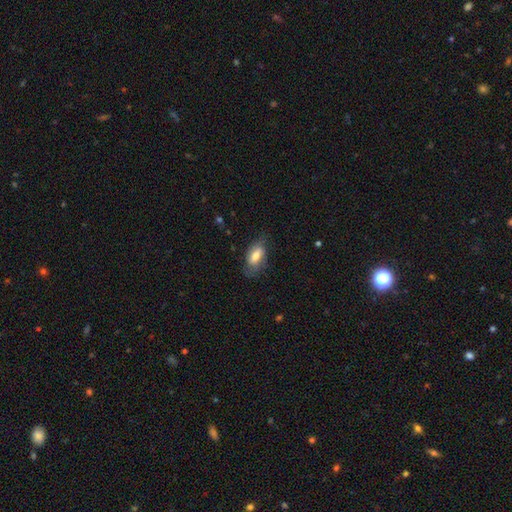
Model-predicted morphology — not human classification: Smooth or featured? Predicted: smooth (p=0.67). How rounded? Predicted: in between (p=0.87). Merging? Predicted: none (p=0.68).